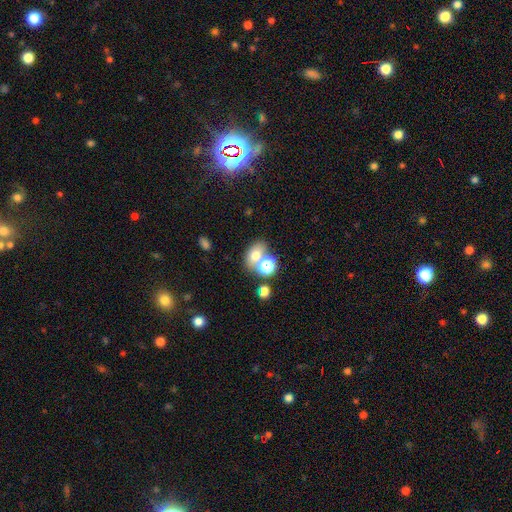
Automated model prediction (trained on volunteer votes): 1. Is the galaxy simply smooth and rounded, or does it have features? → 67% smooth, 18% star or artifact, 15% featured or disk.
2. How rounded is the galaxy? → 62% in between, 37% round, 2% cigar-shaped.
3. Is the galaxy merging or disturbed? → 50% none, 34% merger, 11% minor disturbance, 5% major disturbance.